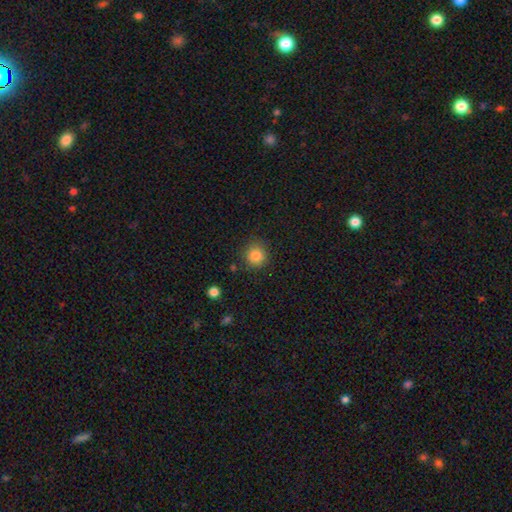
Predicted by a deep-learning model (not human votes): This appears to be a smooth galaxy with no disk features (84%) that is round (92%). Merging: none (86%).